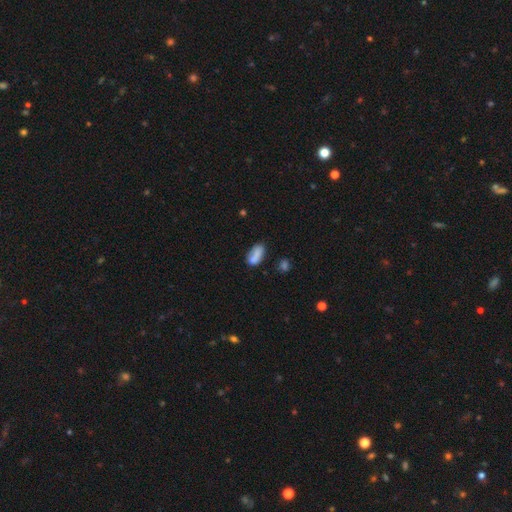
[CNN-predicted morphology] smooth 78%, featured or disk 13%, star or artifact 9%. Down the decision tree: how rounded — in between (85%); merging — none (55%).